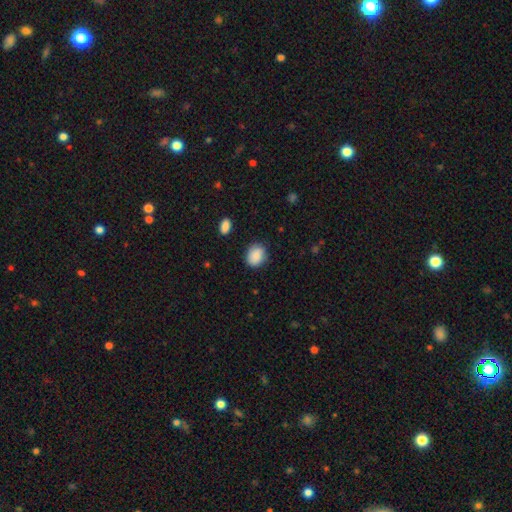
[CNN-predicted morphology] Overall: smooth (87%). How rounded: round (52%; in between 47%). Merging: none (81%).